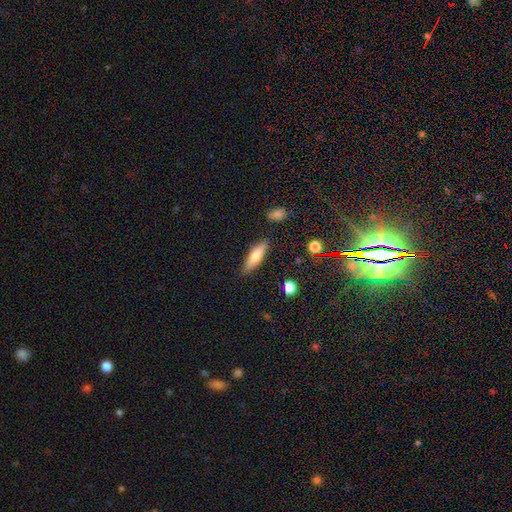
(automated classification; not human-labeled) Smooth or featured?
  - smooth: 72% *
  - featured or disk: 21%
  - star or artifact: 7%
How rounded?
  - cigar-shaped: 60% *
  - in between: 38%
  - round: 2%
Merging?
  - none: 84% *
  - minor disturbance: 11%
  - major disturbance: 3%
  - merger: 2%